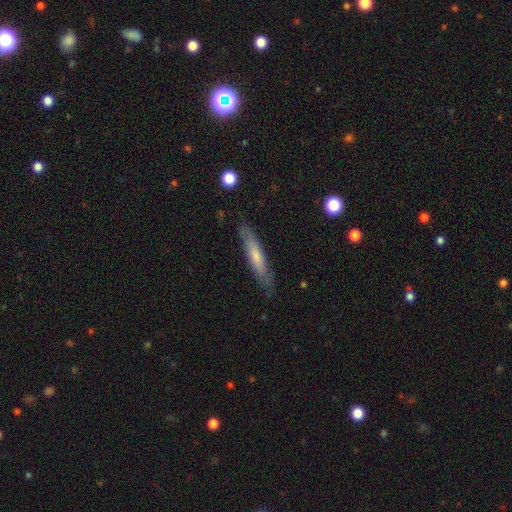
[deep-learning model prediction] Smooth or featured?
  - smooth: 55% *
  - featured or disk: 39%
  - star or artifact: 6%
How rounded?
  - cigar-shaped: 89% *
  - in between: 9%
  - round: 1%
Merging?
  - none: 84% *
  - minor disturbance: 13%
  - major disturbance: 3%
  - merger: 1%